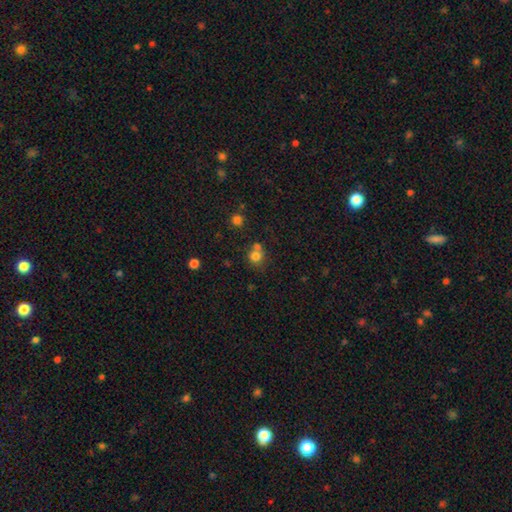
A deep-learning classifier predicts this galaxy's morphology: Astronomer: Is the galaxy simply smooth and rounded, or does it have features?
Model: smooth — 77%.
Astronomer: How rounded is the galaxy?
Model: round — 84%.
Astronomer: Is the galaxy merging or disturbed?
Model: none — 52% (runner-up: merger, 34%).